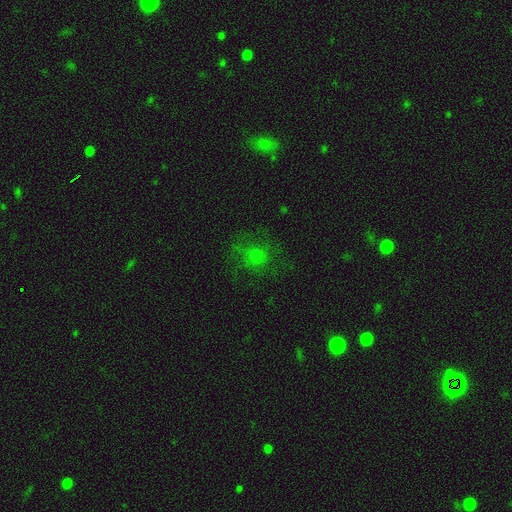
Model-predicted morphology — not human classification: smooth-or-featured: smooth: 56% | star or artifact: 28% | featured or disk: 16%
  how-rounded: round: 77% | in between: 22% | cigar-shaped: 2%
  merging: none: 70% | minor disturbance: 16% | major disturbance: 13% | merger: 2%